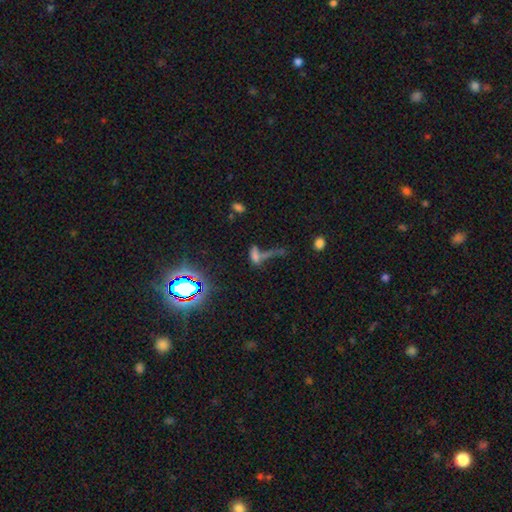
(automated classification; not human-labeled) Smooth or featured: smooth — 50% (star or artifact — 29%)
Merging: merger — 45% (none — 23%)